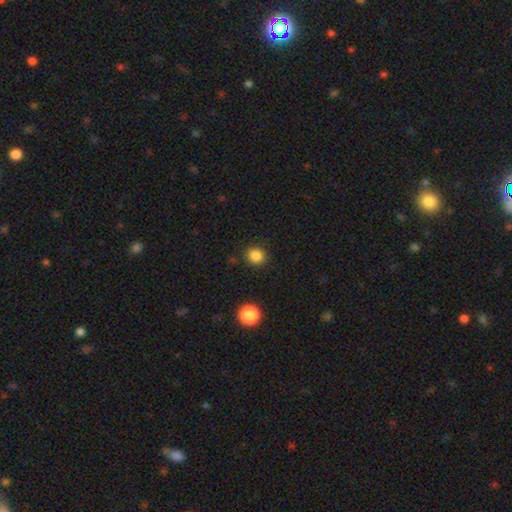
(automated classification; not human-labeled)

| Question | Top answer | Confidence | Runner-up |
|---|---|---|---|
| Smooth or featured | smooth | 84% | star or artifact (12%) |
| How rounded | round | 89% | in between (10%) |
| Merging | none | 90% | minor disturbance (6%) |